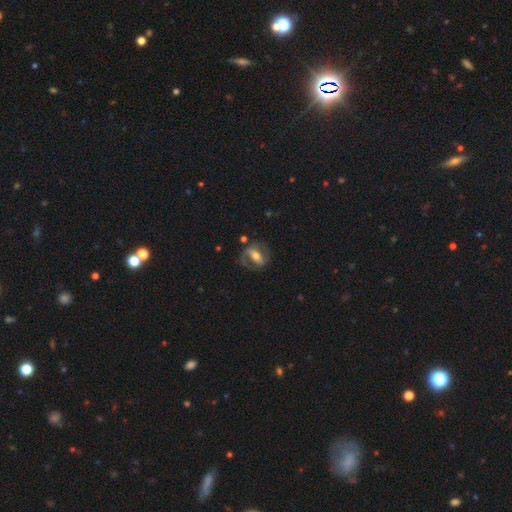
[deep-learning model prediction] Smooth or featured?
  - featured or disk: 69% *
  - smooth: 24%
  - star or artifact: 7%
Edge-on disk?
  - no: 93% *
  - yes: 7%
Bar?
  - strong: 50% *
  - weak: 29%
  - no: 21%
Spiral arms?
  - yes: 74% *
  - no: 26%
Bulge size?
  - moderate: 64% *
  - small: 24%
  - large: 9%
  - none: 2%
  - dominant: 1%
Merging?
  - none: 64% *
  - minor disturbance: 18%
  - major disturbance: 15%
  - merger: 3%